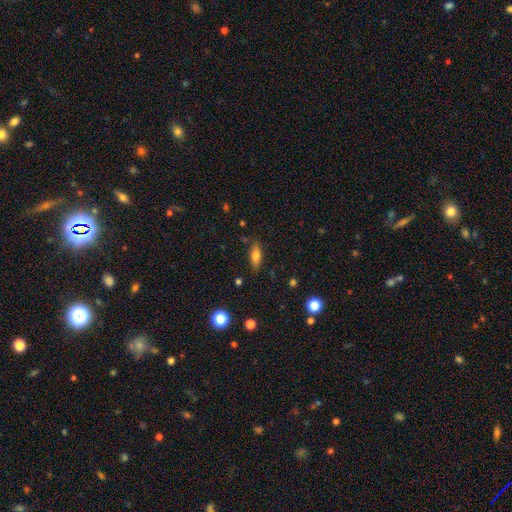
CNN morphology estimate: Q: Smooth or featured?
A: smooth (74%); runner-up: featured or disk (17%)
Q: How rounded?
A: in between (76%); runner-up: cigar-shaped (20%)
Q: Merging?
A: none (80%); runner-up: minor disturbance (14%)